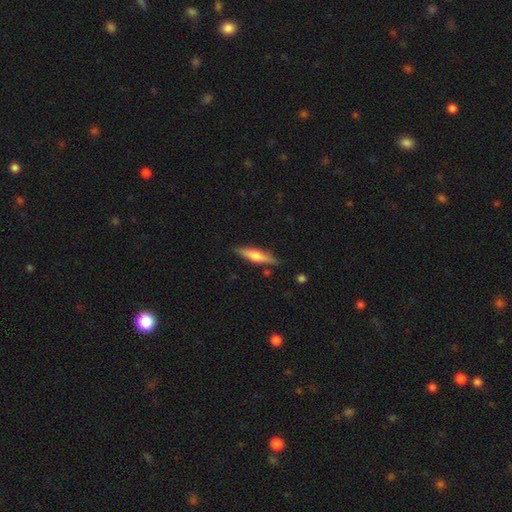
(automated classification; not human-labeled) Overall: featured or disk (48%; smooth 46%). Merging: none (84%).